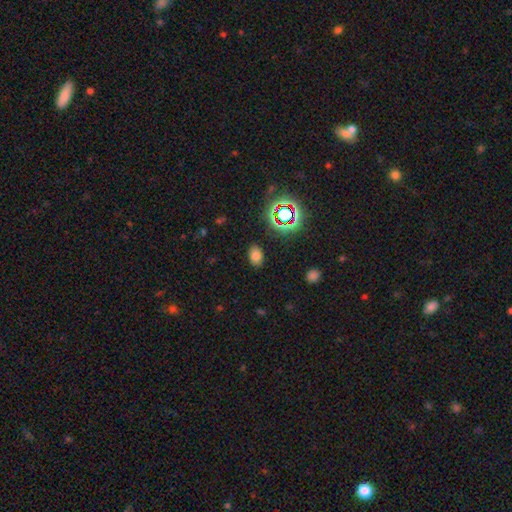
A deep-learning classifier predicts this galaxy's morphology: A smooth galaxy with no disk features (72%) that is in between round and cigar-shaped (83%).

Vote fractions:
- Smooth or featured? smooth: 72% / star or artifact: 20% / featured or disk: 8%
- How rounded? in between: 83% / round: 16% / cigar-shaped: 1%
- Merging? none: 86% / minor disturbance: 10% / major disturbance: 3% / merger: 1%